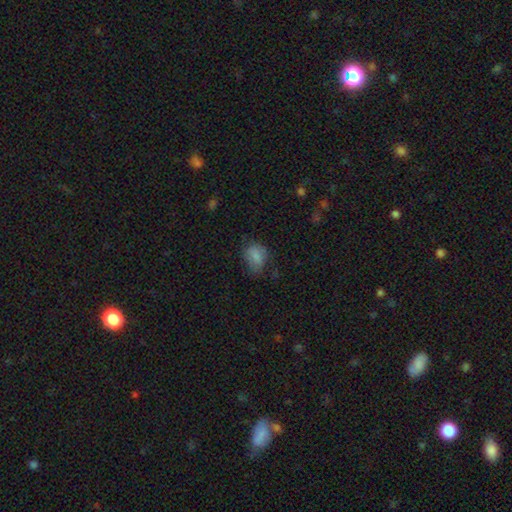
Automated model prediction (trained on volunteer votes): Smooth or featured?
  - smooth: 78% *
  - featured or disk: 11%
  - star or artifact: 10%
How rounded?
  - in between: 66% *
  - round: 33%
  - cigar-shaped: 1%
Merging?
  - none: 55% *
  - minor disturbance: 30%
  - major disturbance: 14%
  - merger: 2%